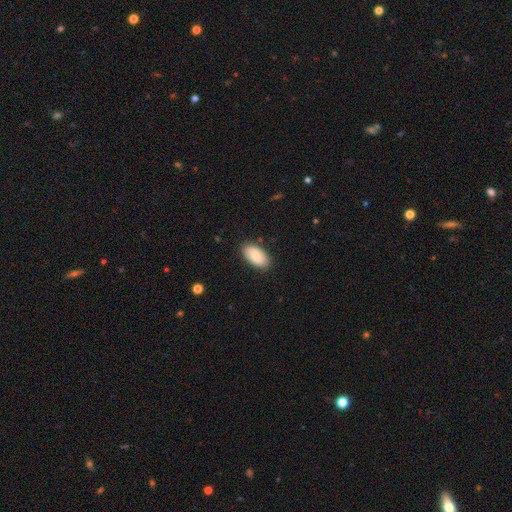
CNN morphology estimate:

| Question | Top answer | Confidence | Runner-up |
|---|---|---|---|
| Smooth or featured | smooth | 87% | featured or disk (7%) |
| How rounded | in between | 95% | cigar-shaped (3%) |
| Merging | none | 85% | minor disturbance (11%) |